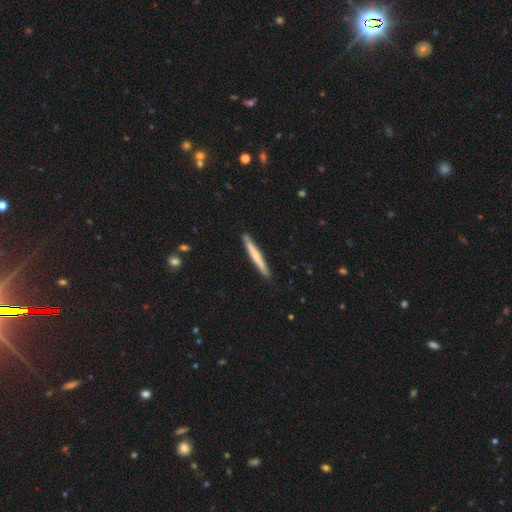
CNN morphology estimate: Overall: smooth (57%; featured or disk 38%). How rounded: cigar-shaped (96%). Merging: none (89%).